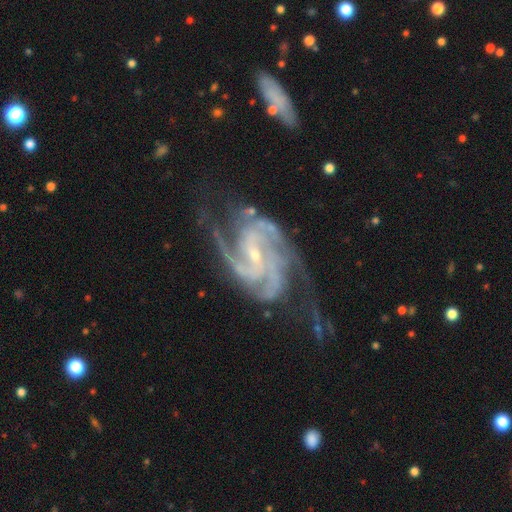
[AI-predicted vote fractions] Morphology: type=featured or disk (93%); edge-on=no (98%); bar=no (45%); spiral arms=yes (99%); winding=medium (48%); arm count=3 (33%); bulge=small (77%); merging=none (59%).